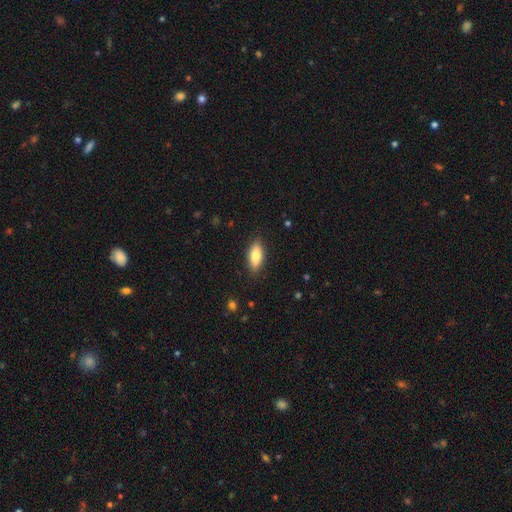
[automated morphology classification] Smooth or featured?
  - smooth: 81% *
  - featured or disk: 13%
  - star or artifact: 6%
How rounded?
  - in between: 80% *
  - cigar-shaped: 17%
  - round: 2%
Merging?
  - none: 86% *
  - minor disturbance: 10%
  - major disturbance: 2%
  - merger: 1%